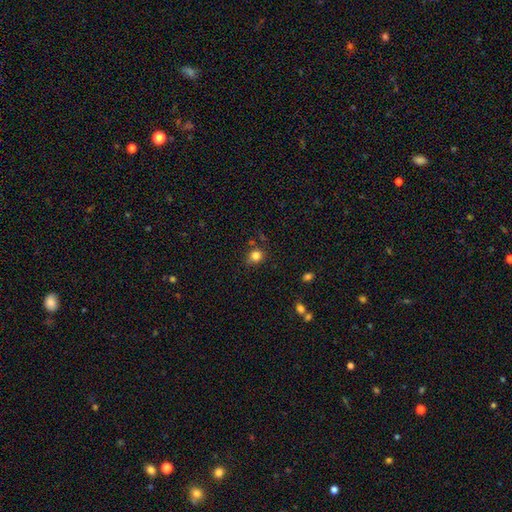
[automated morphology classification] smooth 82%, star or artifact 12%, featured or disk 5%. Down the decision tree: how rounded — round (80%); merging — none (74%).